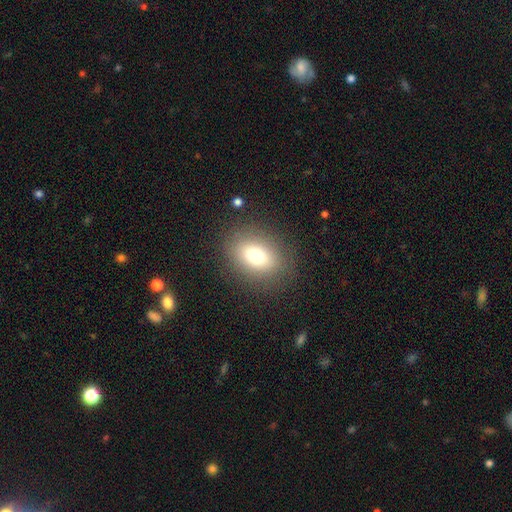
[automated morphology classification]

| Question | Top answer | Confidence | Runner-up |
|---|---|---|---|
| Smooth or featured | smooth | 73% | star or artifact (14%) |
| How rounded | in between | 62% | round (37%) |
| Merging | none | 83% | minor disturbance (10%) |